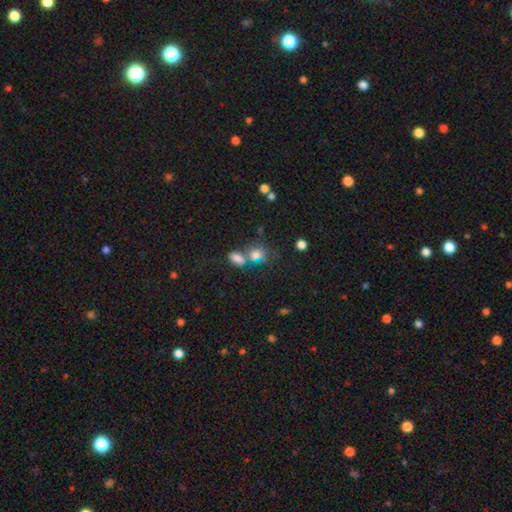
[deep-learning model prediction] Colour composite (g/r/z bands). It shows a smooth galaxy with no disk features (73%) that is in between round and cigar-shaped (54%). Merging: merger (46%).